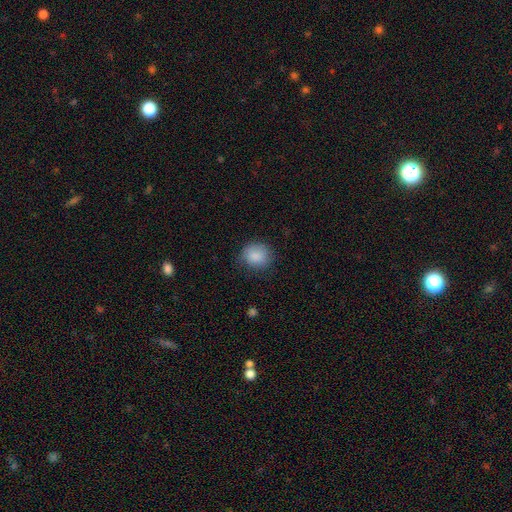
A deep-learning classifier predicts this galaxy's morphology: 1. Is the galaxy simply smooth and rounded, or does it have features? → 87% smooth, 8% star or artifact, 5% featured or disk.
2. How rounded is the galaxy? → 78% round, 21% in between, 1% cigar-shaped.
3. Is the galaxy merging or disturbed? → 77% none, 18% minor disturbance, 5% major disturbance, 1% merger.